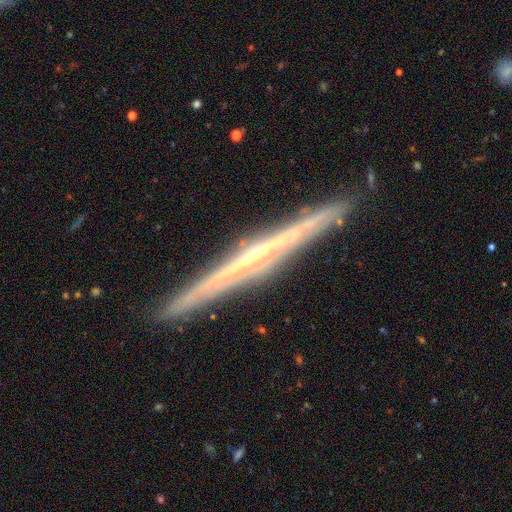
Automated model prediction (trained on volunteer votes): This is clearly a featured or disk galaxy (84%). It is clearly viewed edge-on (98%). Edge-on bulge: possibly rounded (48%). Merging: clearly none (90%).